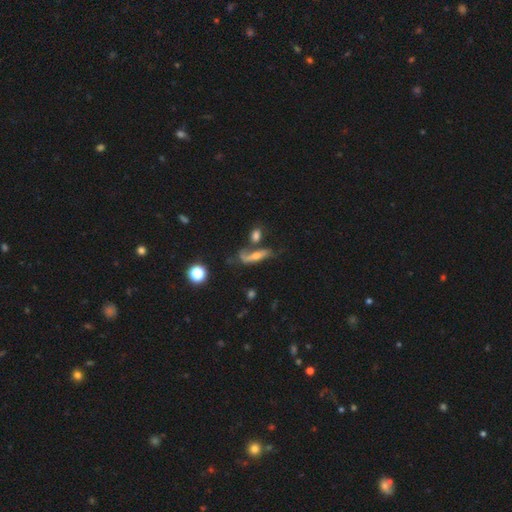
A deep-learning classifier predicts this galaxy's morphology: This appears to be a featured or disk galaxy (48%). Merging: none (43%).